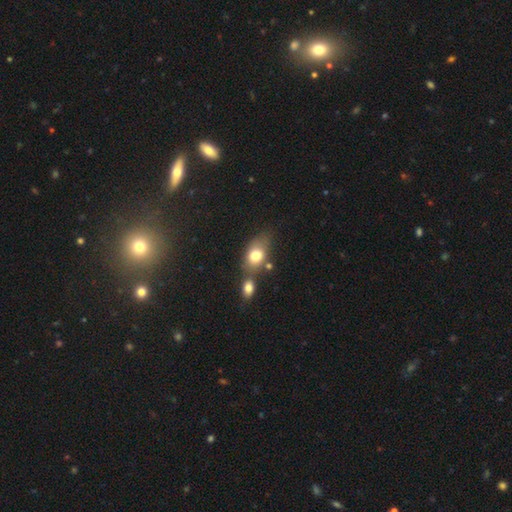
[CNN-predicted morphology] Smooth or featured? Predicted: smooth (p=0.77). How rounded? Predicted: in between (p=0.79). Merging? Predicted: none (p=0.42).